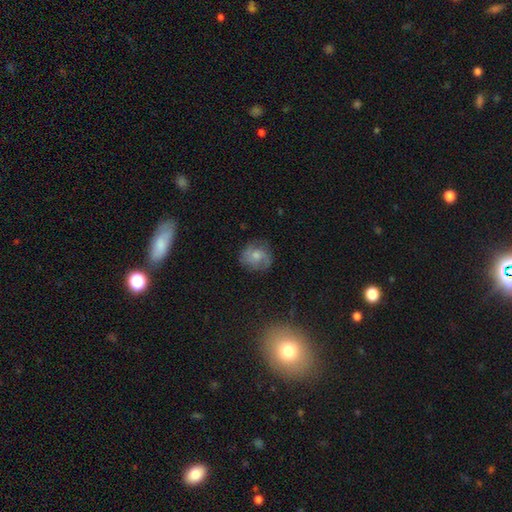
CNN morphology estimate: Overall: smooth (54%; featured or disk 36%). How rounded: round (77%). Merging: none (67%).